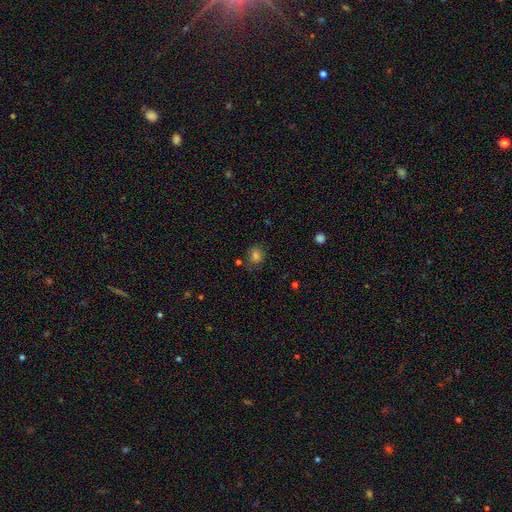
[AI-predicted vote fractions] A smooth galaxy with no disk features (79%) that is round (72%).

Vote fractions:
- Smooth or featured? smooth: 79% / star or artifact: 14% / featured or disk: 7%
- How rounded? round: 72% / in between: 27% / cigar-shaped: 1%
- Merging? none: 75% / minor disturbance: 16% / major disturbance: 5% / merger: 4%